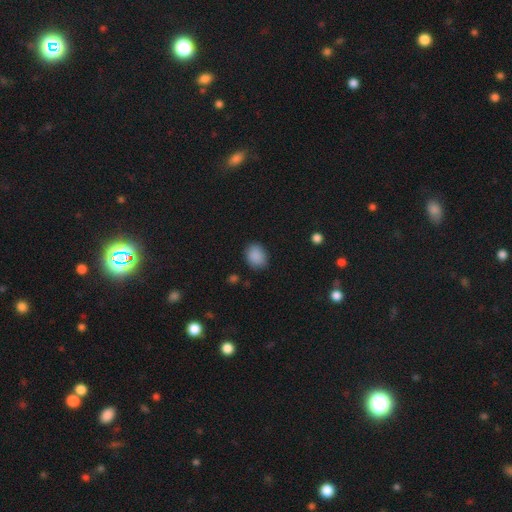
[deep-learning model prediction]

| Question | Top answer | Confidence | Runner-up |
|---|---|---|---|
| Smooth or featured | smooth | 88% | star or artifact (8%) |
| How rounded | in between | 58% | round (41%) |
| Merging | none | 82% | minor disturbance (13%) |